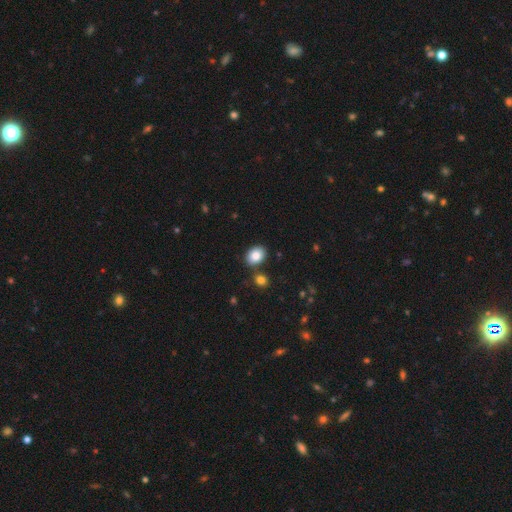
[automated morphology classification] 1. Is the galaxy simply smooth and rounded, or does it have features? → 85% smooth, 8% star or artifact, 7% featured or disk.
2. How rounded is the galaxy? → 70% in between, 29% round, 1% cigar-shaped.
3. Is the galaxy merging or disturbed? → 80% none, 9% minor disturbance, 8% merger, 2% major disturbance.